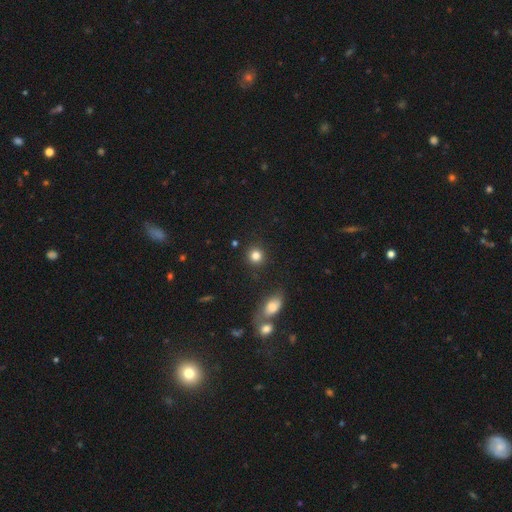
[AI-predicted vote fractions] Q: Smooth or featured?
A: smooth (83%); runner-up: star or artifact (12%)
Q: How rounded?
A: round (91%); runner-up: in between (8%)
Q: Merging?
A: none (87%); runner-up: minor disturbance (7%)